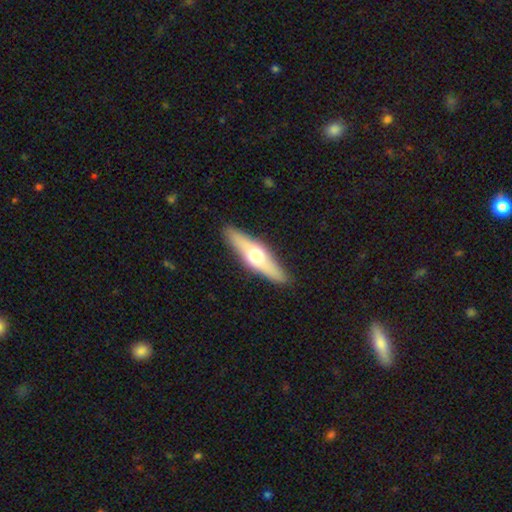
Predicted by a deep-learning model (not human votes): A featured or disk galaxy (52%) viewed edge-on (83%). Merging: none (89%).